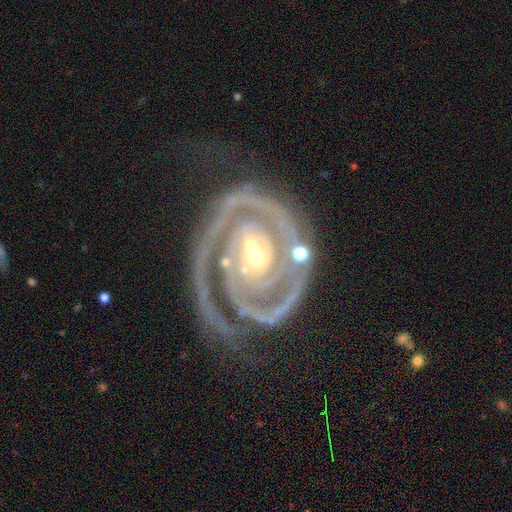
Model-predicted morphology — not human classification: Smooth or featured? featured or disk (91%)
Edge-on disk? no (97%)
Bar? no (54%)
Spiral arms? yes (97%)
Spiral winding? tight (76%)
Spiral arm count? 2 (64%)
Bulge size? small (64%)
Merging? none (54%)